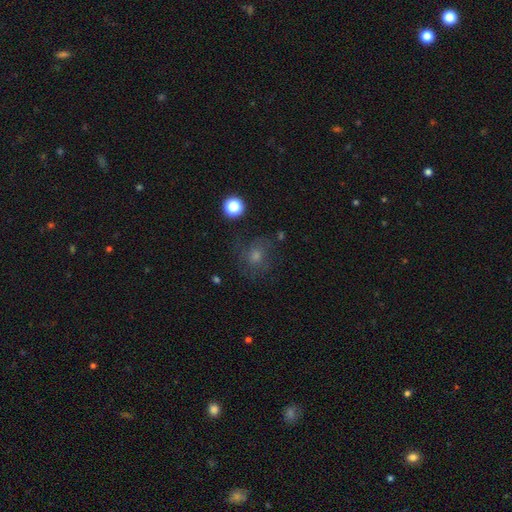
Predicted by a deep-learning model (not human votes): Morphology: type=smooth (43%); merging=none (69%).